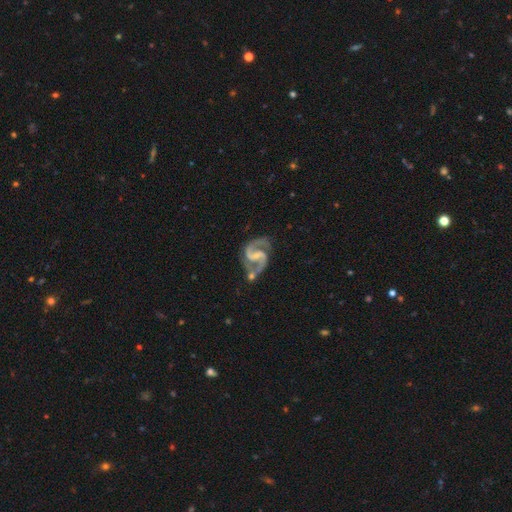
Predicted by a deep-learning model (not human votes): A featured or disk galaxy (94%) with a weak bar (49%), 2 (94%) medium (66%) spiral arms (98%) and a small central bulge (56%).

Vote fractions:
- Smooth or featured? featured or disk: 94% / star or artifact: 4% / smooth: 3%
- Edge-on disk? no: 98% / yes: 2%
- Bar? weak: 49% / strong: 29% / no: 22%
- Spiral arms? yes: 98% / no: 2%
- Spiral winding? medium: 66% / loose: 19% / tight: 15%
- Spiral arm count? 2: 94% / can't tell: 1% / 3: 1% / 1: 1% / 4: 1% / more than 4: 1%
- Bulge size? small: 56% / none: 22% / moderate: 19% / large: 1% / dominant: 1%
- Merging? none: 60% / minor disturbance: 18% / merger: 14% / major disturbance: 8%